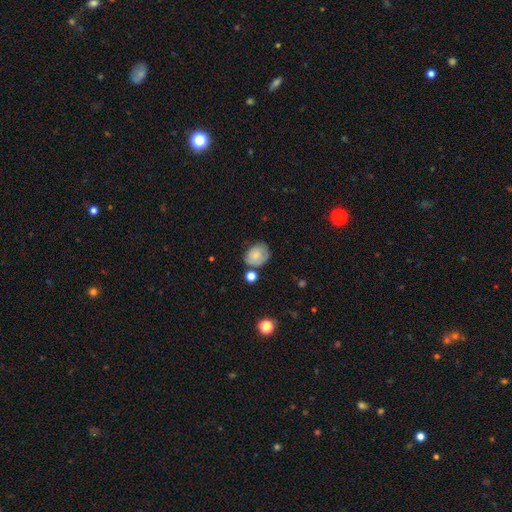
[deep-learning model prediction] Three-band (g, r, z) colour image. It shows a smooth galaxy with no disk features (70%) that is in between round and cigar-shaped (63%). Merging: none (60%).